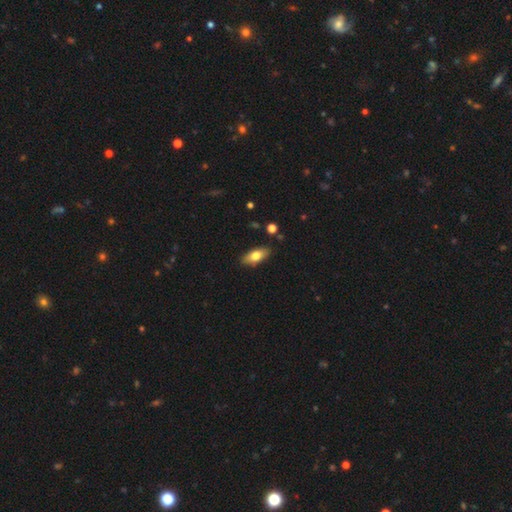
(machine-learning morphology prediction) This appears to be a smooth galaxy with no disk features (71%) that is in between round and cigar-shaped (80%). Merging: none (86%).